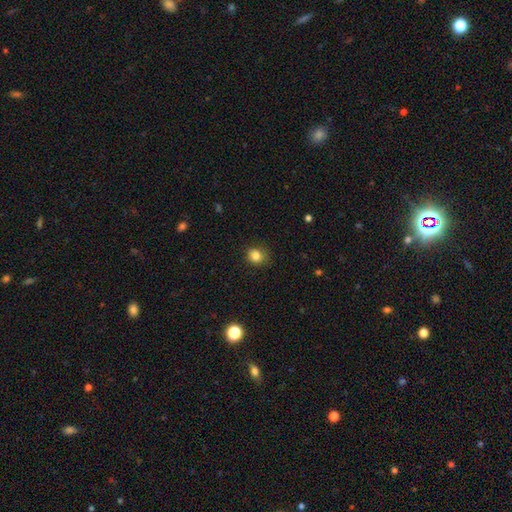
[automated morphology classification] This appears to be a smooth galaxy with no disk features (84%) that is round (76%). Merging: none (82%).